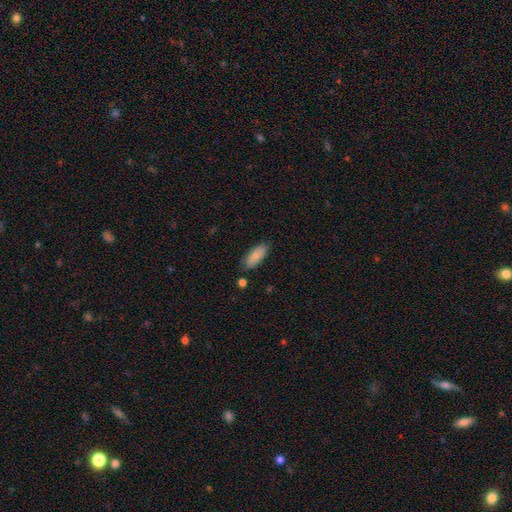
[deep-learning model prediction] Smooth or featured?
  - smooth: 86% *
  - featured or disk: 8%
  - star or artifact: 6%
How rounded?
  - in between: 80% *
  - cigar-shaped: 18%
  - round: 2%
Merging?
  - none: 80% *
  - minor disturbance: 14%
  - merger: 3%
  - major disturbance: 3%